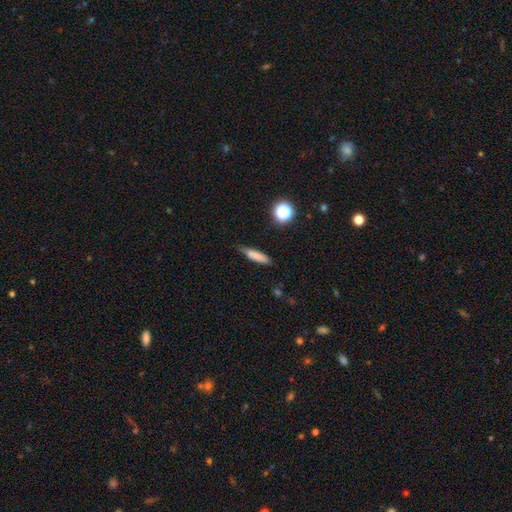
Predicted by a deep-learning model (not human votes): This appears to be a smooth galaxy with no disk features (77%) that is cigar-shaped (77%). Merging: none (75%).